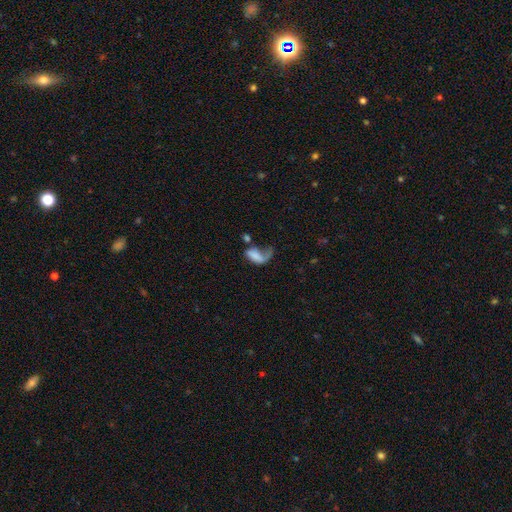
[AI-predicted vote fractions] smooth_or_featured: smooth (p=0.56) [alt: featured or disk p=0.34]
how_rounded: in between (p=0.87) [alt: round p=0.08]
merging: major disturbance (p=0.51) [alt: none p=0.21]